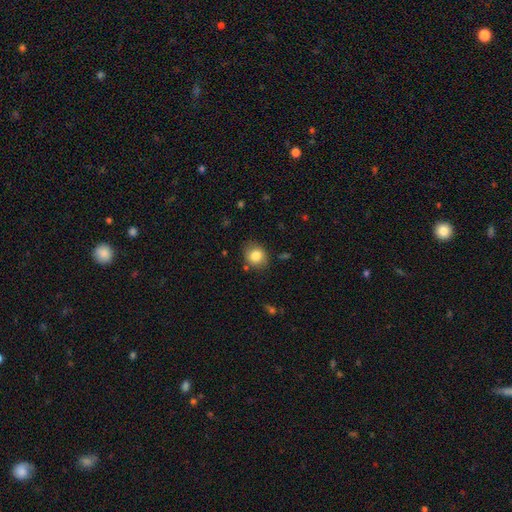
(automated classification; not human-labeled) smooth 82%, star or artifact 9%, featured or disk 9%. Down the decision tree: how rounded — round (68%); merging — none (80%).